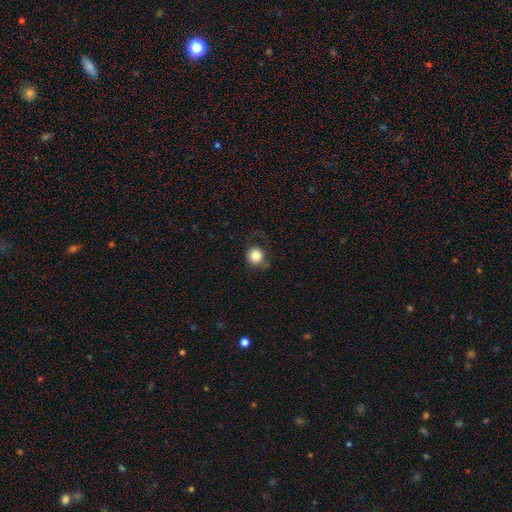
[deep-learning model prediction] Morphology: type=smooth (84%); roundness=round (92%); merging=none (74%).